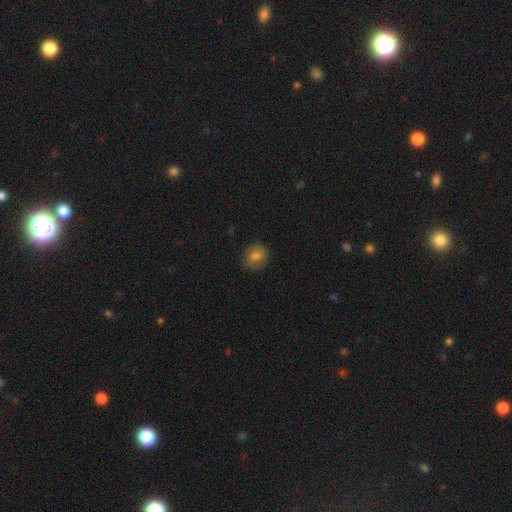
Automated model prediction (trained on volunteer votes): The model was most divided on "how rounded": round: 76%, in between: 23%, cigar-shaped: 1%. More confident: merging — none (83%); smooth or featured — smooth (80%).